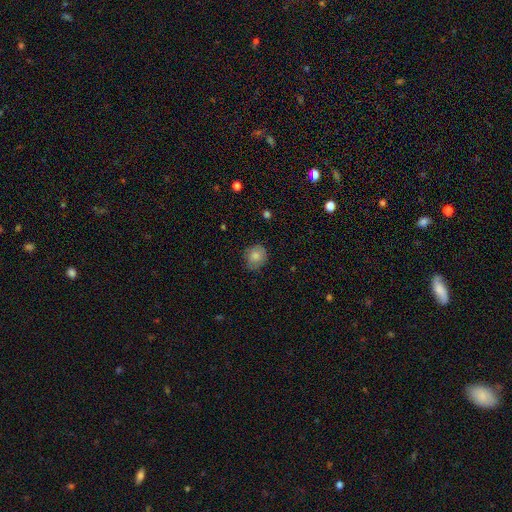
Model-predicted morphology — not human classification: type=smooth (79%); roundness=round (68%); merging=none (75%).